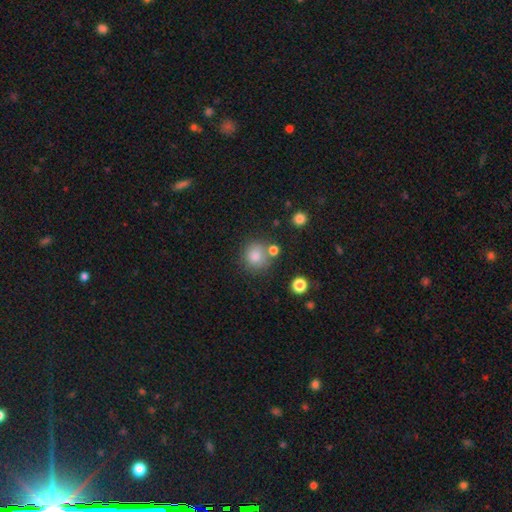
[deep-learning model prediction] This is clearly a smooth galaxy (82%). How rounded: clearly round (89%). Merging: likely none (72%).